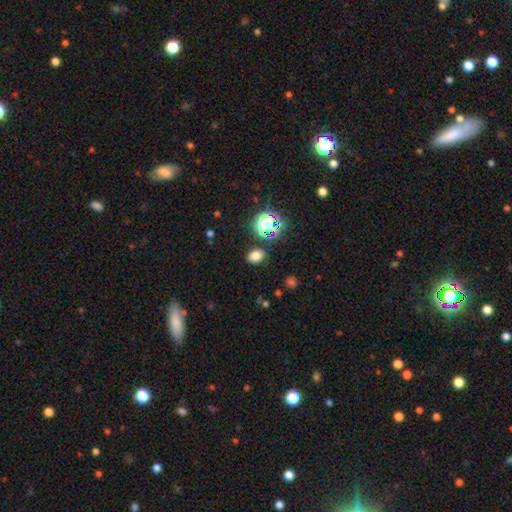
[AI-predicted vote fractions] This is likely a smooth galaxy (73%). How rounded: likely in between (64%). Merging: clearly none (85%).